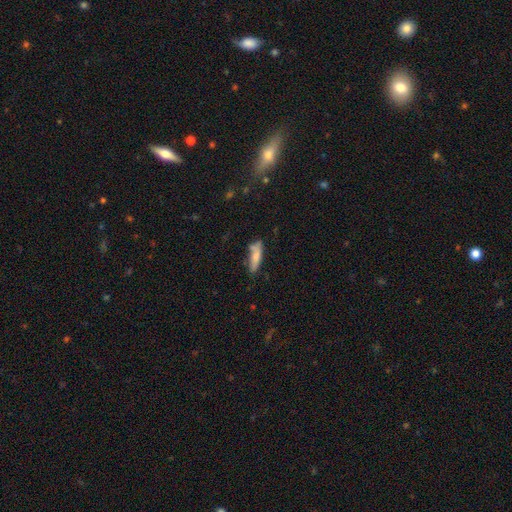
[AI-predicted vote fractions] smooth_or_featured: smooth (p=0.73) [alt: featured or disk p=0.20]
how_rounded: cigar-shaped (p=0.64) [alt: in between p=0.34]
merging: none (p=0.60) [alt: minor disturbance p=0.24]